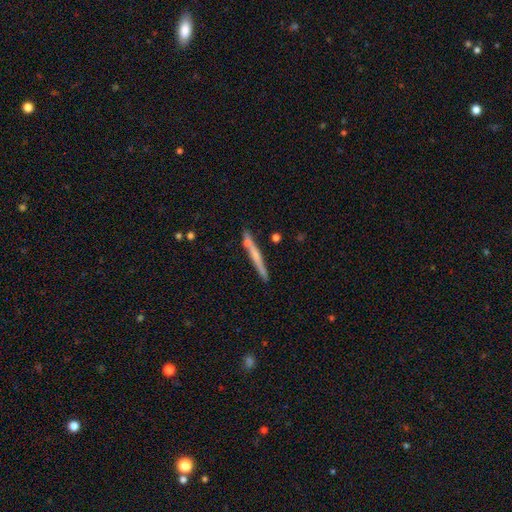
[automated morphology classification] The model was most divided on "smooth or featured": smooth: 50%, featured or disk: 44%, star or artifact: 6%. More confident: merging — none (78%).